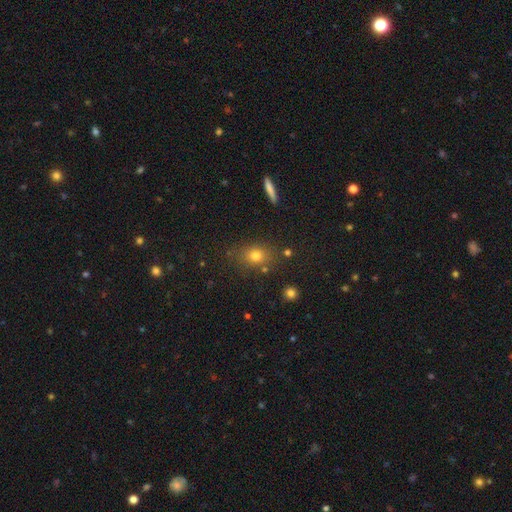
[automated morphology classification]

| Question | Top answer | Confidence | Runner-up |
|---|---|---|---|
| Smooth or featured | smooth | 75% | star or artifact (15%) |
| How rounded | in between | 49% | round (48%) |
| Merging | none | 79% | minor disturbance (12%) |